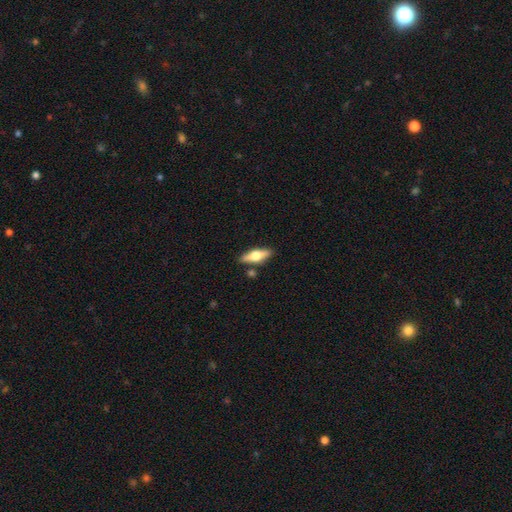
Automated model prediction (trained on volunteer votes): Q: Smooth or featured?
A: featured or disk (47%); tied with: smooth (47%)
Q: Merging?
A: none (83%); runner-up: minor disturbance (10%)